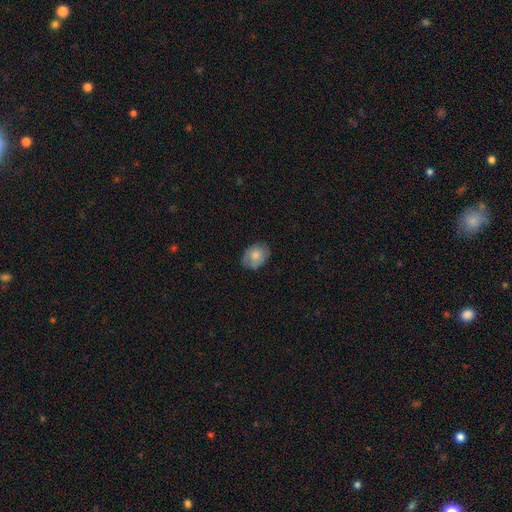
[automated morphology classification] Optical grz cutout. It shows a smooth galaxy with no disk features (76%) that is in between round and cigar-shaped (68%). Merging: none (75%).